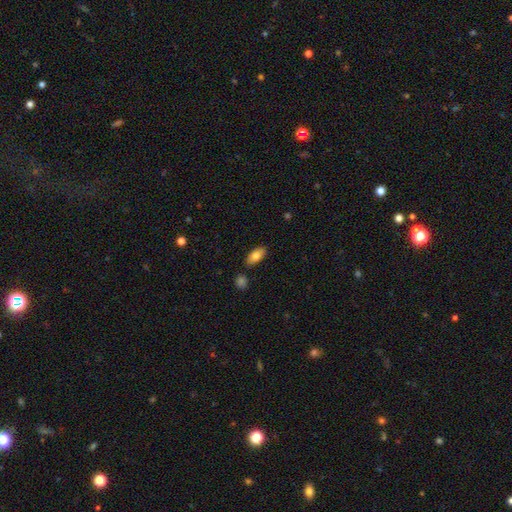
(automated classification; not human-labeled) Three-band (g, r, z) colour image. It shows a smooth galaxy with no disk features (79%) that is in between round and cigar-shaped (89%). Merging: none (83%).